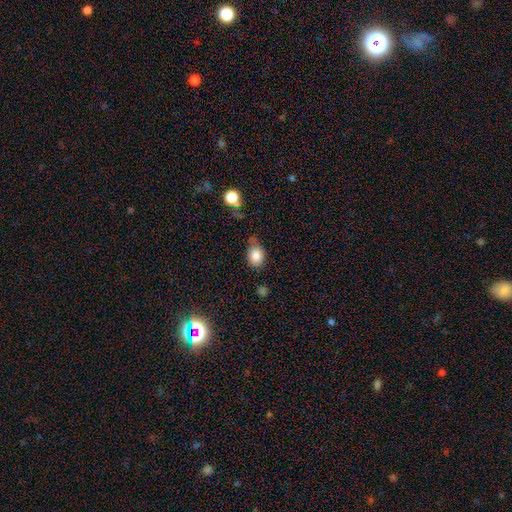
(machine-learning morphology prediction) Q: Smooth or featured?
A: smooth (84%); runner-up: star or artifact (10%)
Q: How rounded?
A: in between (59%); runner-up: round (39%)
Q: Merging?
A: none (59%); runner-up: minor disturbance (27%)